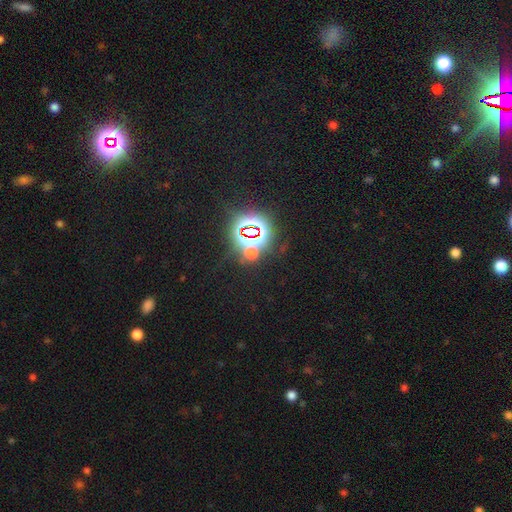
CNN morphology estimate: smooth-or-featured: star or artifact: 79% | smooth: 14% | featured or disk: 7%